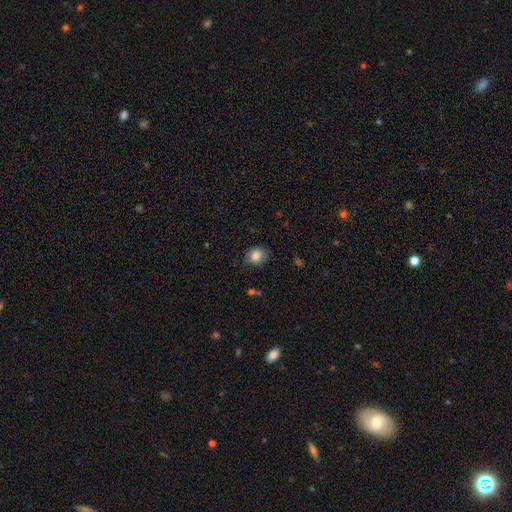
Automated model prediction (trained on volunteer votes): This is clearly a smooth galaxy (83%). How rounded: possibly round (54%). Merging: likely none (76%).